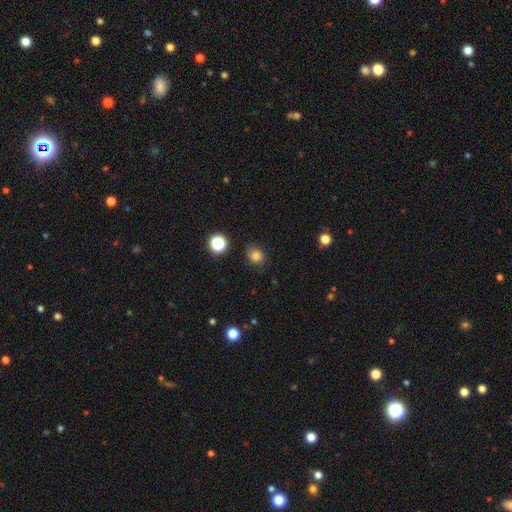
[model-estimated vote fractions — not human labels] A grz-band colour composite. It shows a smooth galaxy with no disk features (80%) that is round (60%). Merging: none (79%).